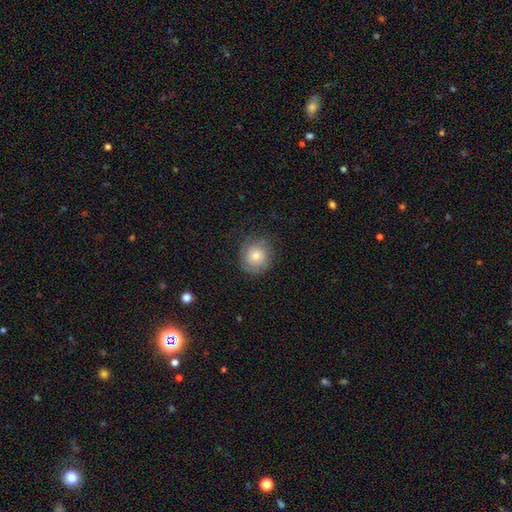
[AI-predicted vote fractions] Morphology: type=smooth (64%); roundness=round (87%); merging=none (76%).